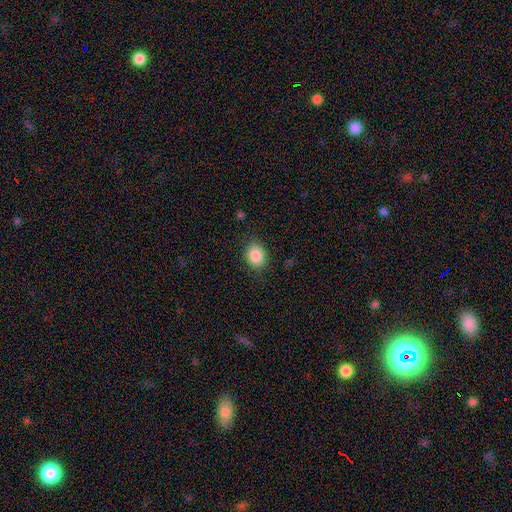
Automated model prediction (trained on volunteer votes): A smooth galaxy with no disk features (87%) that is in between round and cigar-shaped (54%). Merging: none (83%).